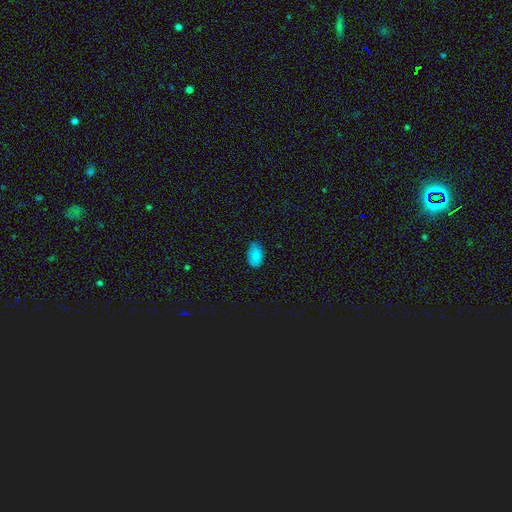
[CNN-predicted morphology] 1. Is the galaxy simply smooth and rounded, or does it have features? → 85% smooth, 8% star or artifact, 7% featured or disk.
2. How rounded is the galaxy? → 91% in between, 8% round, 1% cigar-shaped.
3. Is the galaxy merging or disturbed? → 76% none, 20% minor disturbance, 3% major disturbance, 1% merger.